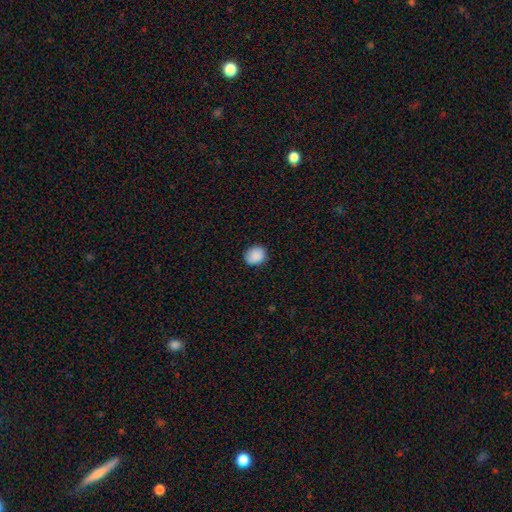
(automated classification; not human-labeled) Overall: smooth (89%). How rounded: round (63%; in between 36%). Merging: none (85%).